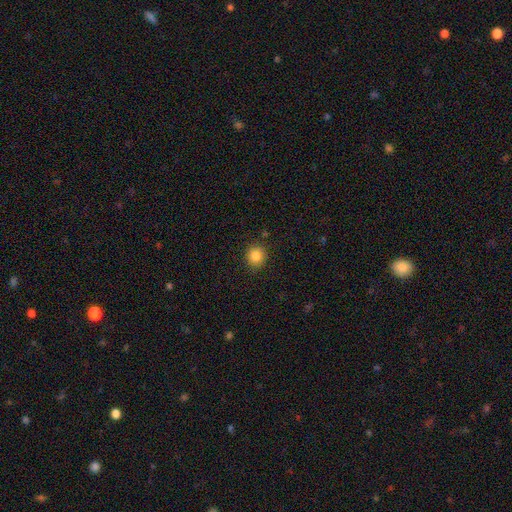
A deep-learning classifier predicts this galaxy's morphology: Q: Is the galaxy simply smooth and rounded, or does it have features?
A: smooth — 85%.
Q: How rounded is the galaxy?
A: round — 87%.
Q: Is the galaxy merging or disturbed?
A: none — 90%.